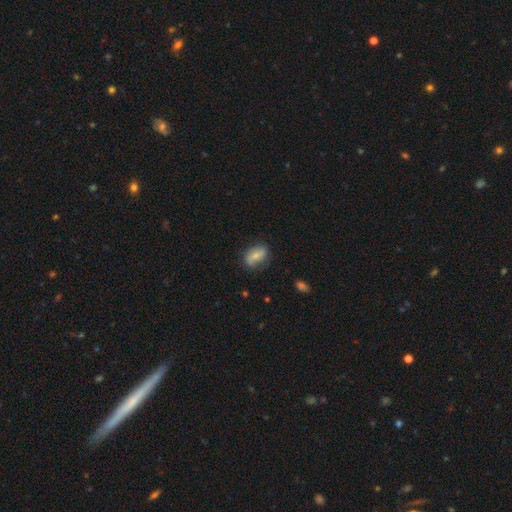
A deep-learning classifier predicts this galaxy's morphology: This appears to be a smooth galaxy with no disk features (63%) that is in between round and cigar-shaped (86%). Merging: none (73%).